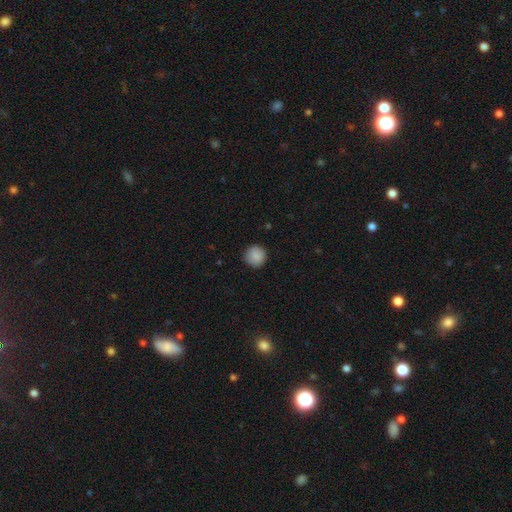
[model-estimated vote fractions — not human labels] A smooth galaxy with no disk features (88%) that is round (95%). Merging: none (90%).